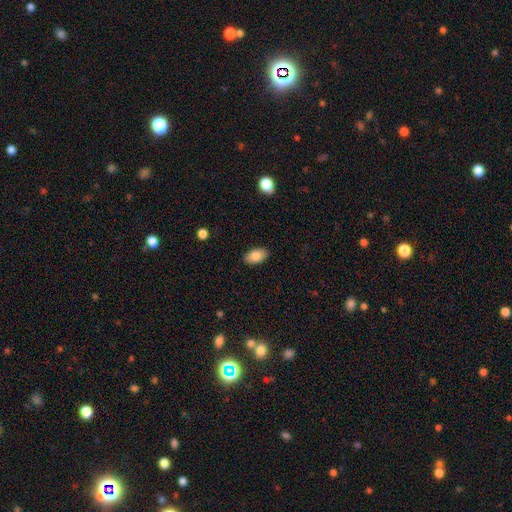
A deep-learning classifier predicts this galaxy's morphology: Smooth or featured? smooth (83%)
How rounded? in between (93%)
Merging? none (88%)